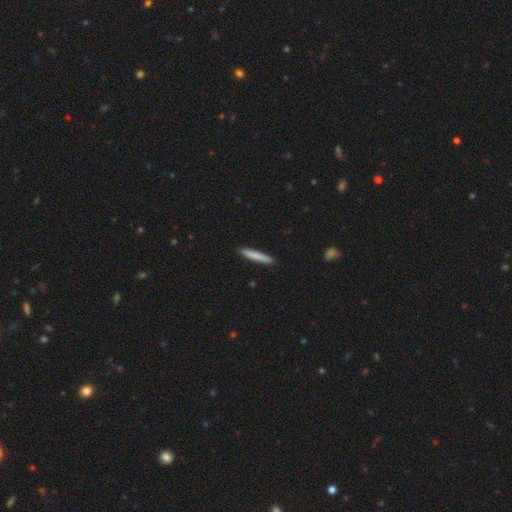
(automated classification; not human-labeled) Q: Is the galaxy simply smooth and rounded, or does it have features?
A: smooth — 81%.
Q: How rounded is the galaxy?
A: cigar-shaped — 95%.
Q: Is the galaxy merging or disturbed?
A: none — 91%.